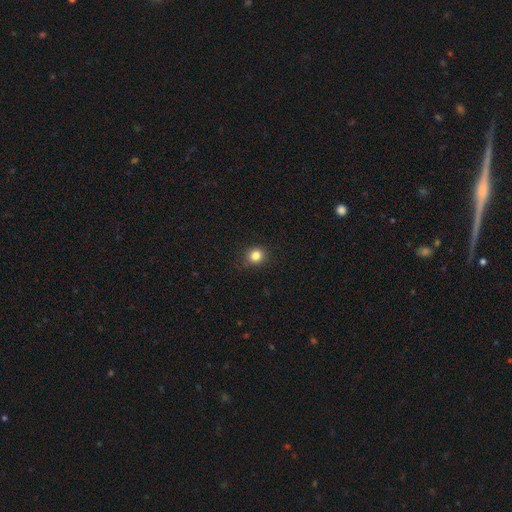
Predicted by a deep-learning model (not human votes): Smooth or featured? Predicted: smooth (p=0.83). How rounded? Predicted: round (p=0.81). Merging? Predicted: none (p=0.88).